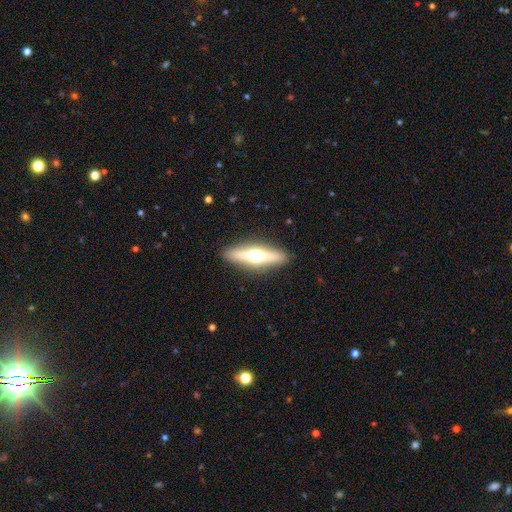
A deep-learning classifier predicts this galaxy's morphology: Smooth or featured? Predicted: featured or disk (p=0.60). Edge-on disk? Predicted: yes (p=0.92). Edge-on bulge? Predicted: rounded (p=0.95). Merging? Predicted: none (p=0.90).